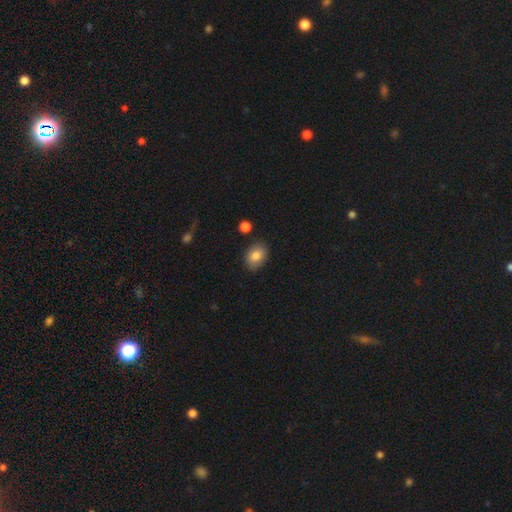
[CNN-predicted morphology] A smooth galaxy with no disk features (84%) that is in between round and cigar-shaped (80%).

Vote fractions:
- Smooth or featured? smooth: 84% / featured or disk: 9% / star or artifact: 8%
- How rounded? in between: 80% / round: 19% / cigar-shaped: 1%
- Merging? none: 84% / minor disturbance: 11% / merger: 3% / major disturbance: 2%